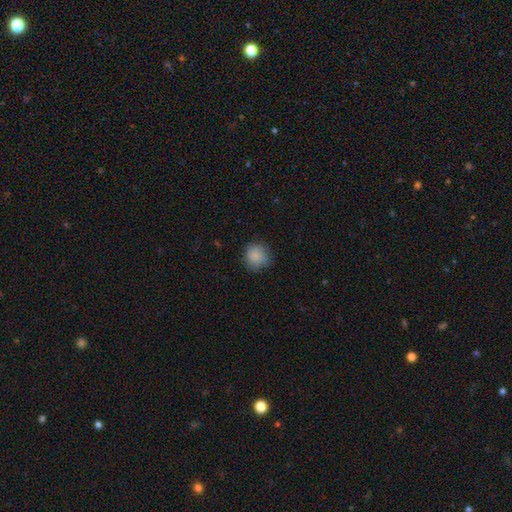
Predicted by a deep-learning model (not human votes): smooth_or_featured: smooth (p=0.86) [alt: star or artifact p=0.09]
how_rounded: round (p=0.90) [alt: in between p=0.09]
merging: none (p=0.80) [alt: minor disturbance p=0.15]